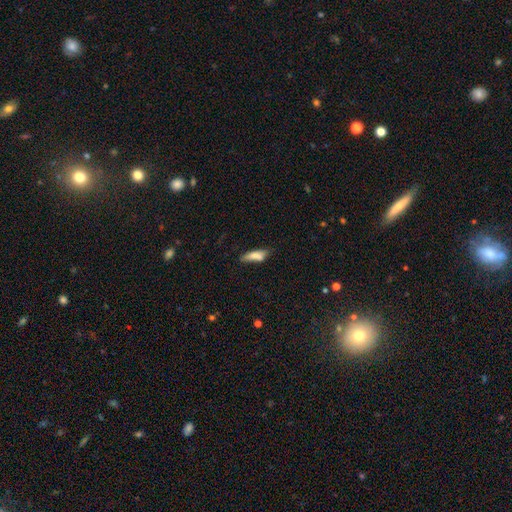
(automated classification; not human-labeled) Smooth or featured? Predicted: smooth (p=0.77). How rounded? Predicted: cigar-shaped (p=0.51). Merging? Predicted: none (p=0.54).